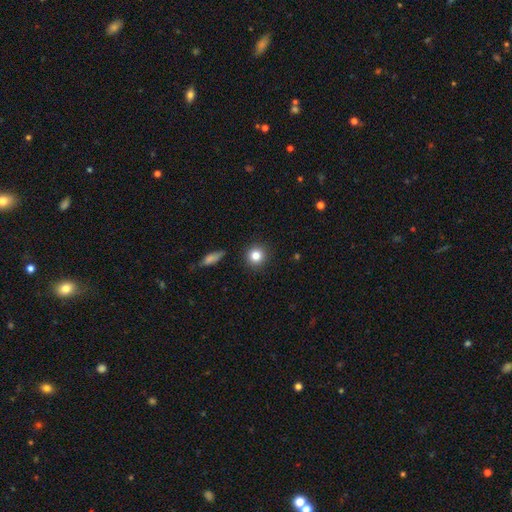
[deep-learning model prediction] Q: Smooth or featured?
A: smooth (82%); runner-up: star or artifact (11%)
Q: How rounded?
A: round (93%); runner-up: in between (6%)
Q: Merging?
A: none (91%); runner-up: minor disturbance (6%)